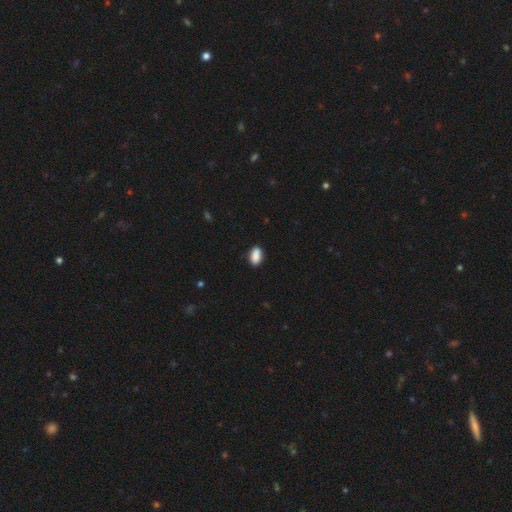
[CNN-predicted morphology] Smooth or featured? smooth (90%)
How rounded? in between (91%)
Merging? none (87%)